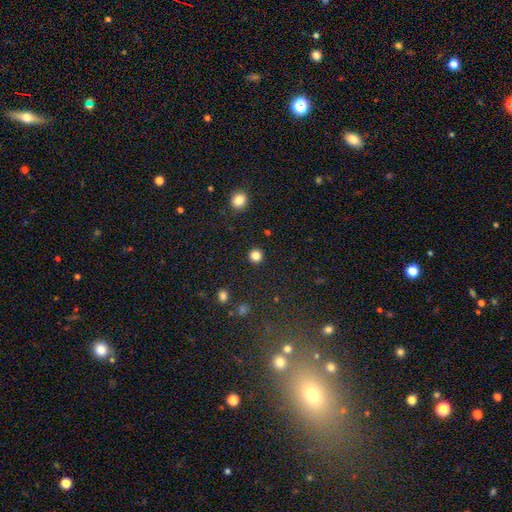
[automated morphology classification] A smooth galaxy with no disk features (84%) that is round (94%). Merging: none (92%).